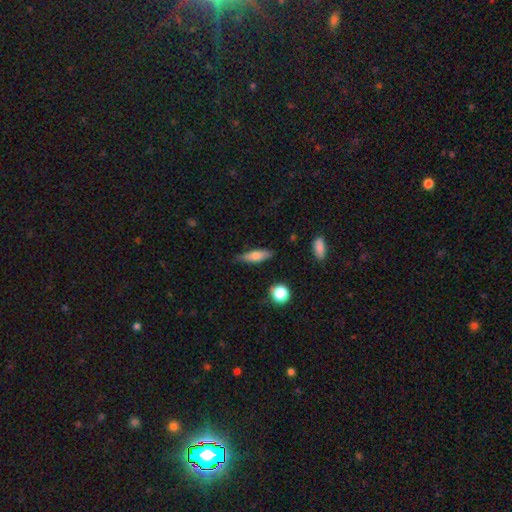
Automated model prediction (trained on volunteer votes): Q: Smooth or featured?
A: smooth (63%); runner-up: featured or disk (30%)
Q: How rounded?
A: cigar-shaped (55%); runner-up: in between (42%)
Q: Merging?
A: none (81%); runner-up: minor disturbance (14%)